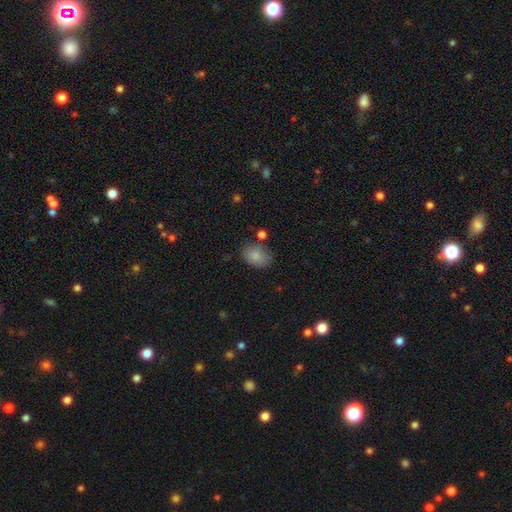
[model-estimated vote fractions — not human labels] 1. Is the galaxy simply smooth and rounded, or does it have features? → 84% smooth, 8% featured or disk, 8% star or artifact.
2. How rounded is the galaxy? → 77% in between, 22% round, 1% cigar-shaped.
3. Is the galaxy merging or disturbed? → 70% none, 19% minor disturbance, 6% merger, 5% major disturbance.